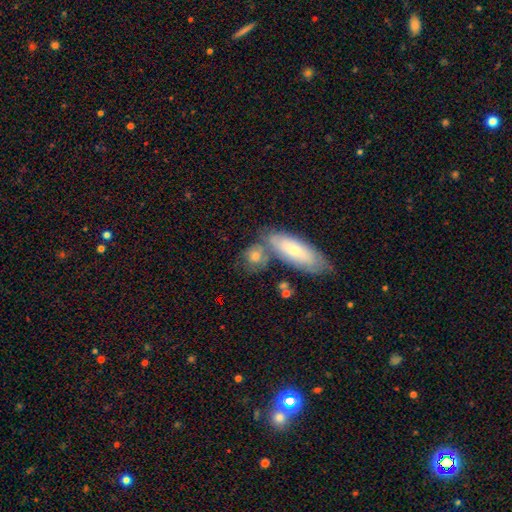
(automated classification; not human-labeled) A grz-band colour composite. It shows a smooth galaxy with no disk features (66%) that is in between round and cigar-shaped (47%). Merging: none (51%).